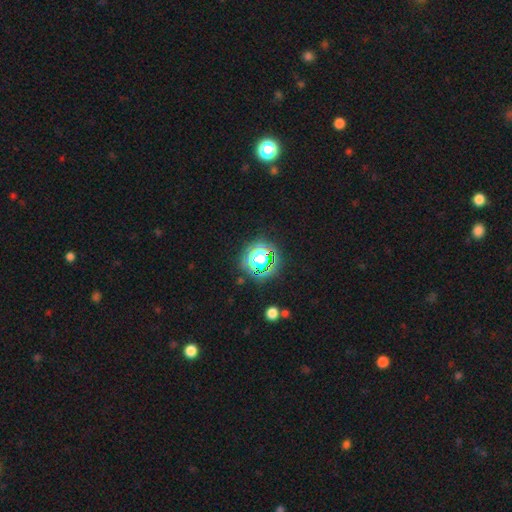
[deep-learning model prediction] Smooth or featured? Predicted: star or artifact (p=0.69).